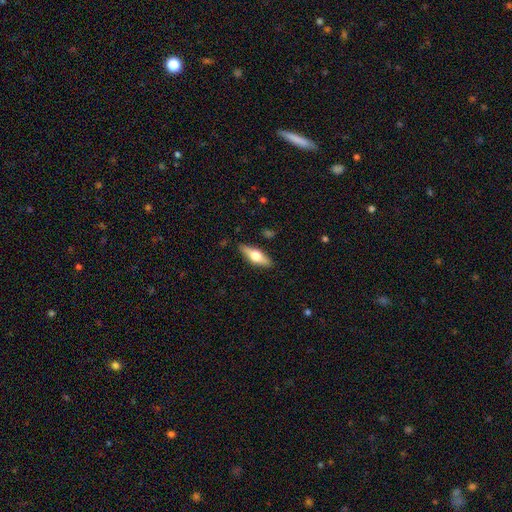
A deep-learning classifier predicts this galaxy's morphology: Smooth or featured? featured or disk (52%)
Edge-on disk? yes (92%)
Merging? none (87%)